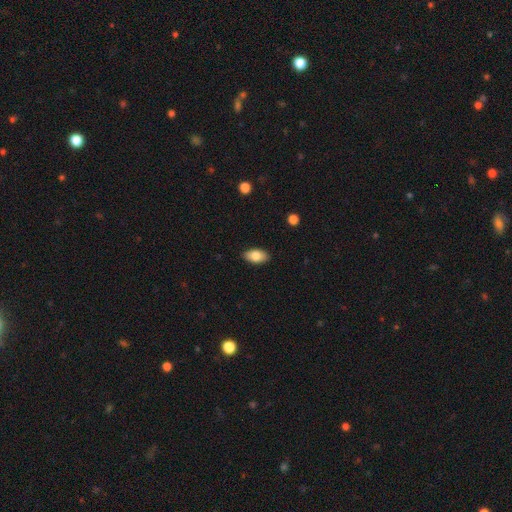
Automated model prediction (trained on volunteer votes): Smooth or featured?
  - smooth: 82% *
  - featured or disk: 11%
  - star or artifact: 7%
How rounded?
  - in between: 92% *
  - cigar-shaped: 4%
  - round: 4%
Merging?
  - none: 88% *
  - minor disturbance: 9%
  - major disturbance: 2%
  - merger: 1%